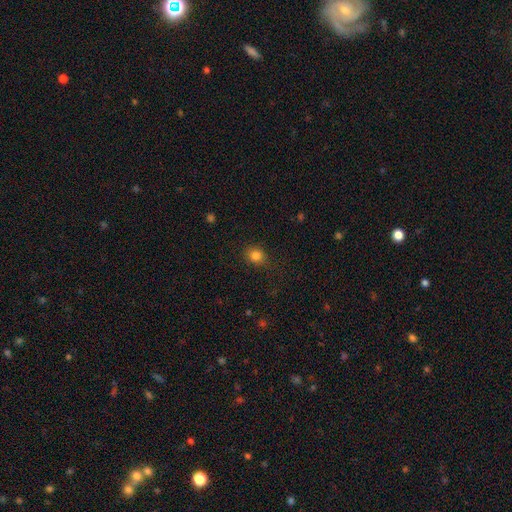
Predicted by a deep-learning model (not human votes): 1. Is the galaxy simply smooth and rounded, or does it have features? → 82% smooth, 13% star or artifact, 6% featured or disk.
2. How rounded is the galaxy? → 72% round, 27% in between, 1% cigar-shaped.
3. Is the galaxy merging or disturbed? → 84% none, 11% minor disturbance, 3% major disturbance, 1% merger.